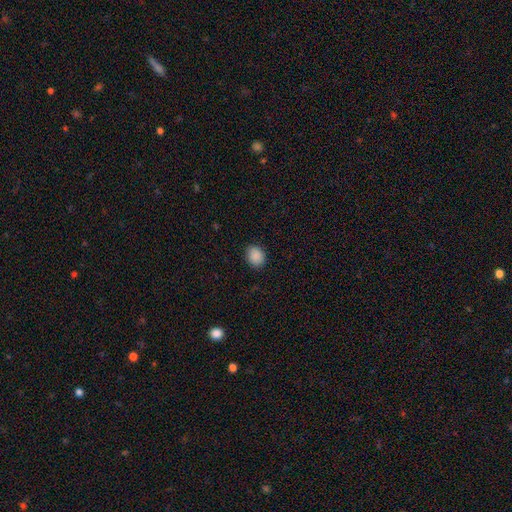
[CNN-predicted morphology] type=smooth (89%); roundness=round (51%); merging=none (88%).